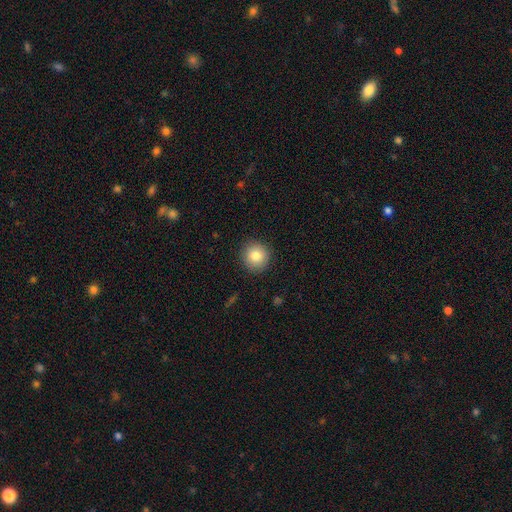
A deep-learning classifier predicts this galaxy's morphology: Smooth or featured: smooth — 82% (star or artifact — 9%)
How rounded: round — 93% (in between — 6%)
Merging: none — 91% (minor disturbance — 6%)